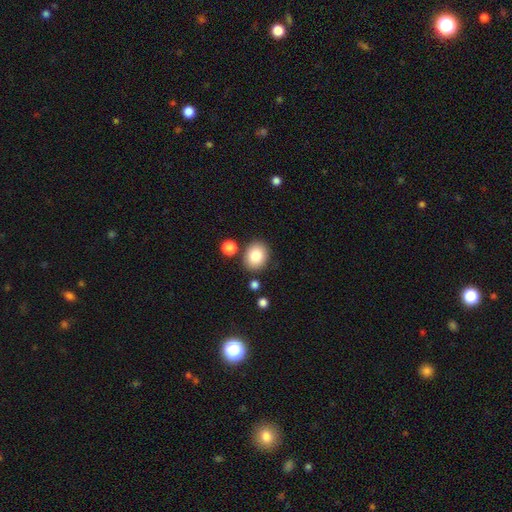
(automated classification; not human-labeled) Smooth or featured? Predicted: smooth (p=0.83). How rounded? Predicted: round (p=0.51). Merging? Predicted: none (p=0.81).